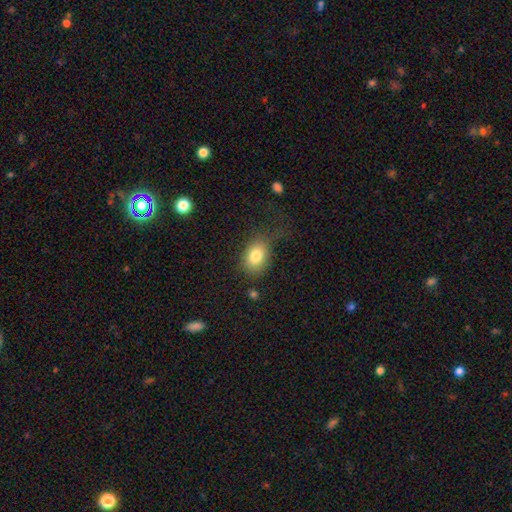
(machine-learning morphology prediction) Q: Smooth or featured?
A: smooth (81%); runner-up: featured or disk (10%)
Q: How rounded?
A: in between (73%); runner-up: round (26%)
Q: Merging?
A: none (62%); runner-up: minor disturbance (23%)